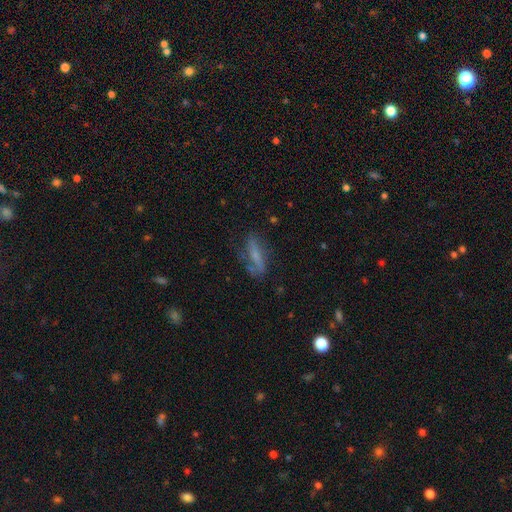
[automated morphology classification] A smooth galaxy with no disk features (45%, tied with featured or disk). Merging: none (61%).